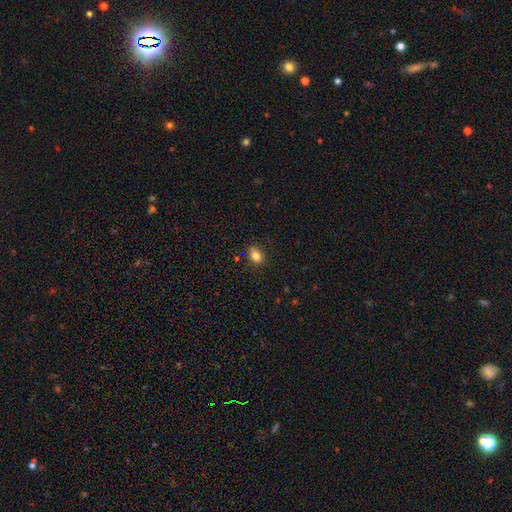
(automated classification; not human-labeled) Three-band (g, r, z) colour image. It shows a smooth galaxy with no disk features (81%) that is in between round and cigar-shaped (68%). Merging: none (83%).